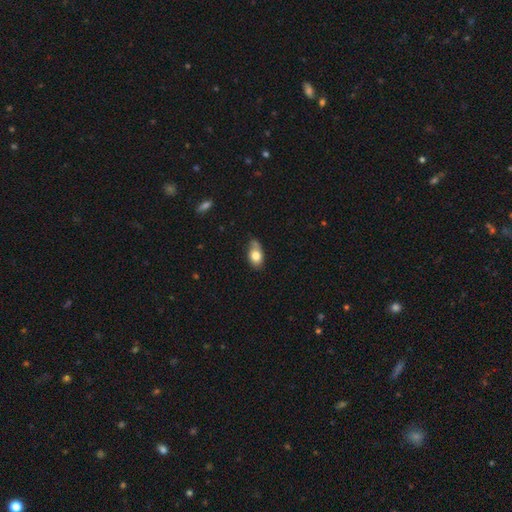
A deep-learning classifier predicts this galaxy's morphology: A smooth galaxy with no disk features (77%) that is in between round and cigar-shaped (85%).

Vote fractions:
- Smooth or featured? smooth: 77% / featured or disk: 15% / star or artifact: 8%
- How rounded? in between: 85% / round: 12% / cigar-shaped: 3%
- Merging? none: 54% / minor disturbance: 33% / merger: 6% / major disturbance: 6%